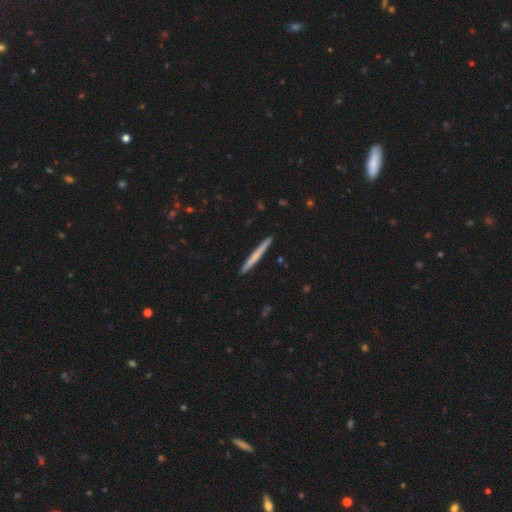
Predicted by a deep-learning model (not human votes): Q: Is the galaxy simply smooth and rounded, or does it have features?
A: smooth — 57%.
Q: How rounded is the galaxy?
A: cigar-shaped — 97%.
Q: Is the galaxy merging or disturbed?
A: none — 93%.